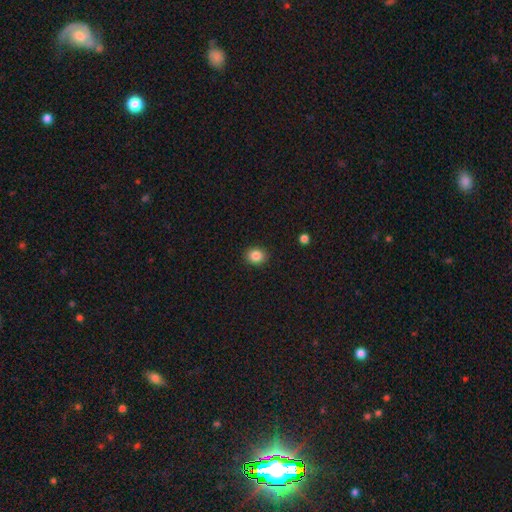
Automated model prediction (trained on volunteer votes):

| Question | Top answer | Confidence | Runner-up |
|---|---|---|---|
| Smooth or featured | smooth | 85% | star or artifact (10%) |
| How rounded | round | 70% | in between (29%) |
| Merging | none | 91% | minor disturbance (6%) |